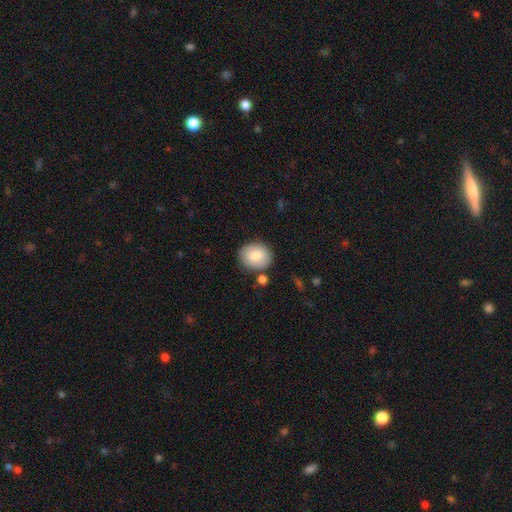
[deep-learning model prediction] Q: Smooth or featured?
A: smooth (81%); runner-up: featured or disk (12%)
Q: How rounded?
A: round (62%); runner-up: in between (37%)
Q: Merging?
A: none (80%); runner-up: minor disturbance (12%)